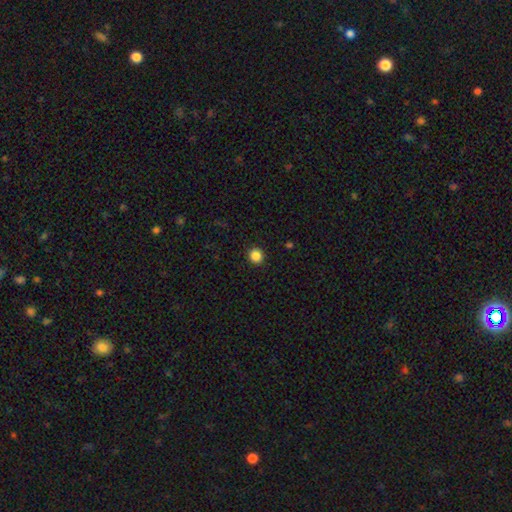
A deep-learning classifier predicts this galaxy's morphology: Smooth or featured?
  - smooth: 86% *
  - star or artifact: 11%
  - featured or disk: 3%
How rounded?
  - round: 93% *
  - in between: 7%
  - cigar-shaped: 1%
Merging?
  - none: 93% *
  - minor disturbance: 5%
  - major disturbance: 2%
  - merger: 1%